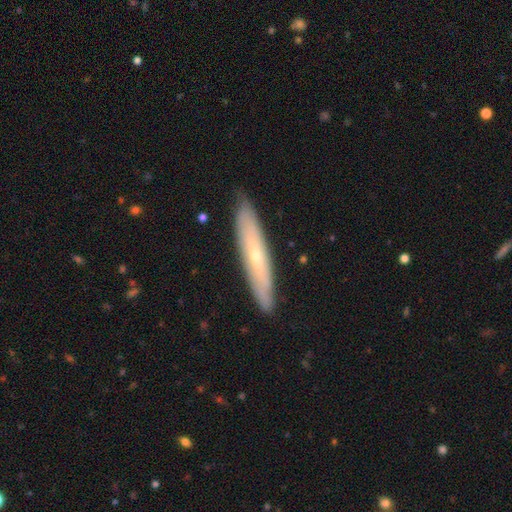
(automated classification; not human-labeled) Smooth or featured? Predicted: featured or disk (p=0.58). Edge-on disk? Predicted: yes (p=0.70). Merging? Predicted: none (p=0.87).